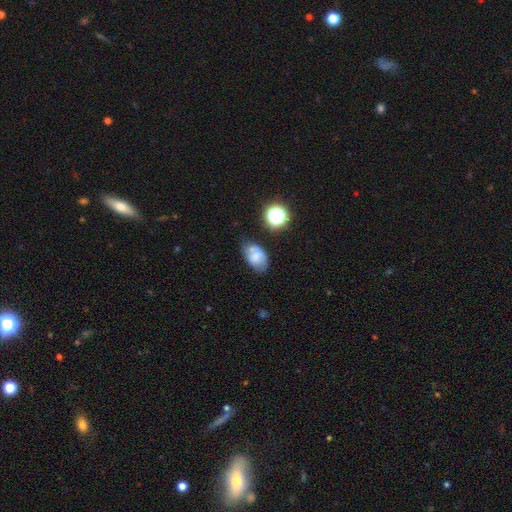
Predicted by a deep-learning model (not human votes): This appears to be a smooth galaxy with no disk features (64%) that is in between round and cigar-shaped (86%). Merging: none (57%).